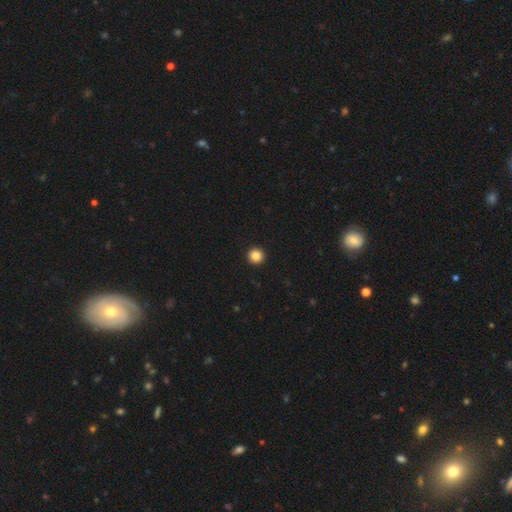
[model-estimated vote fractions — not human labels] smooth_or_featured: smooth (p=0.86) [alt: star or artifact p=0.10]
how_rounded: round (p=0.96) [alt: in between p=0.03]
merging: none (p=0.95) [alt: minor disturbance p=0.03]